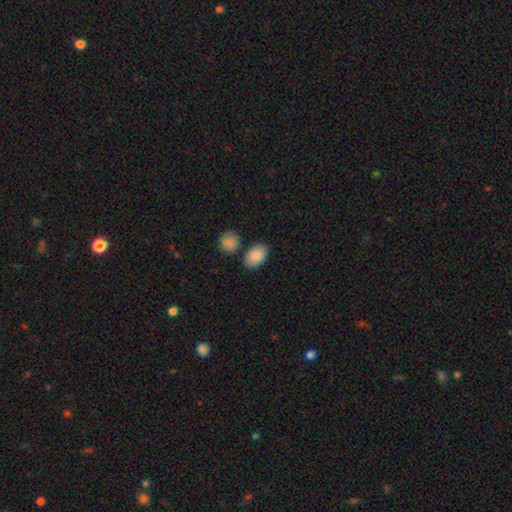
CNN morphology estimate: A smooth galaxy with no disk features (89%) that is in between round and cigar-shaped (87%).

Vote fractions:
- Smooth or featured? smooth: 89% / star or artifact: 6% / featured or disk: 5%
- How rounded? in between: 87% / round: 11% / cigar-shaped: 1%
- Merging? none: 76% / minor disturbance: 12% / merger: 10% / major disturbance: 3%